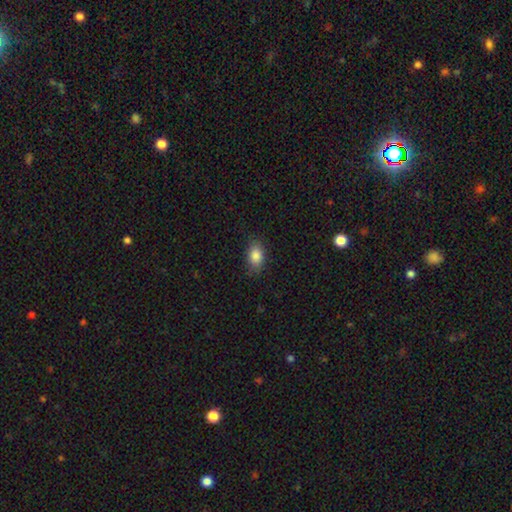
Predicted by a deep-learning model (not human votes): This appears to be a smooth galaxy with no disk features (86%) that is in between round and cigar-shaped (84%). Merging: none (82%).